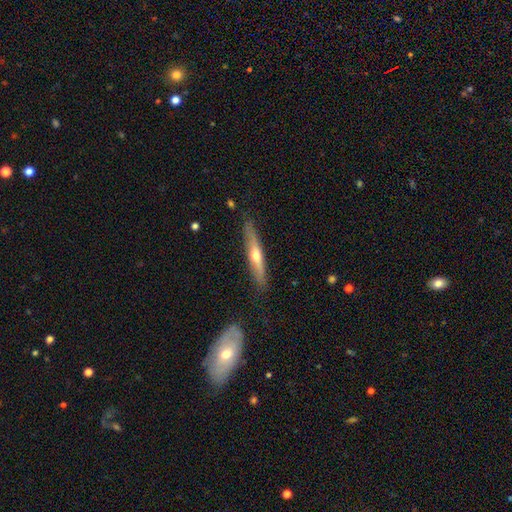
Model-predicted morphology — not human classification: A featured or disk galaxy (57%) viewed edge-on (92%) with a rounded central bulge (84%).

Vote fractions:
- Smooth or featured? featured or disk: 57% / smooth: 37% / star or artifact: 6%
- Edge-on disk? yes: 92% / no: 8%
- Edge-on bulge? rounded: 84% / none: 13% / boxy: 3%
- Merging? none: 85% / minor disturbance: 12% / major disturbance: 2% / merger: 2%